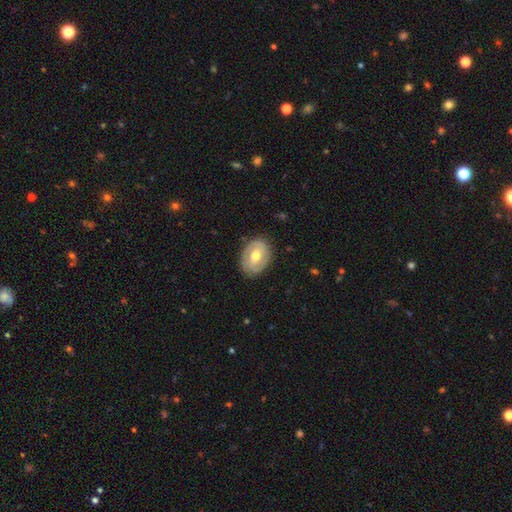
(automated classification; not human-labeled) Smooth or featured? featured or disk (61%)
Edge-on disk? no (95%)
Bar? weak (42%)
Spiral arms? yes (60%)
Bulge size? moderate (77%)
Merging? none (81%)